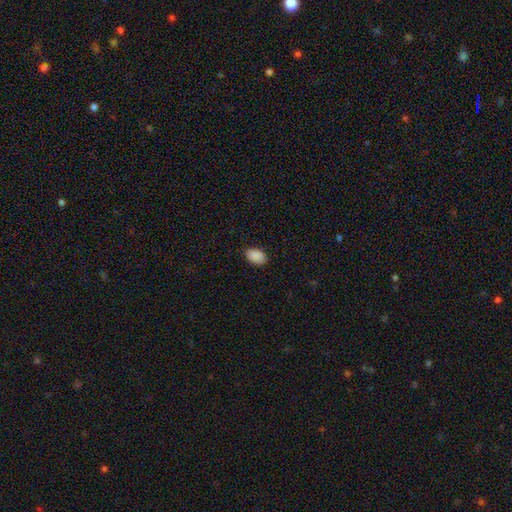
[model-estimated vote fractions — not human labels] Smooth or featured? smooth (89%)
How rounded? in between (90%)
Merging? none (84%)